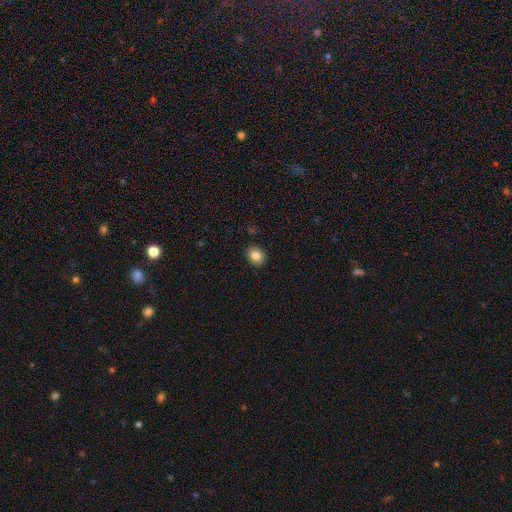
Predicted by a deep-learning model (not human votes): A smooth galaxy with no disk features (83%) that is in between round and cigar-shaped (53%). Merging: none (89%).